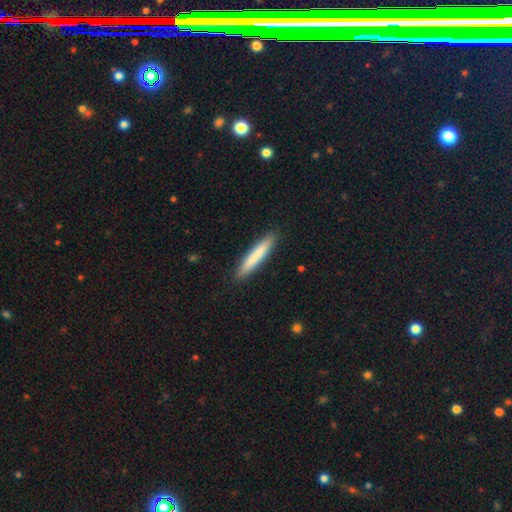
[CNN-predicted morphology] type=smooth (77%); roundness=cigar-shaped (94%); merging=none (91%).